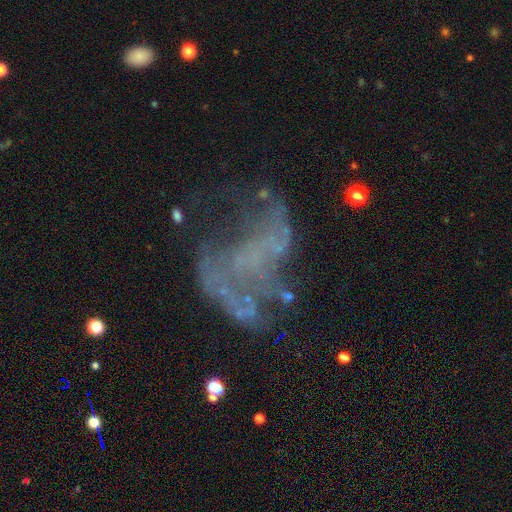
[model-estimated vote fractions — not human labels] Morphology: type=featured or disk (70%); edge-on=no (97%); bar=no (82%); spiral arms=no (64%); bulge=none (82%); merging=major disturbance (41%).